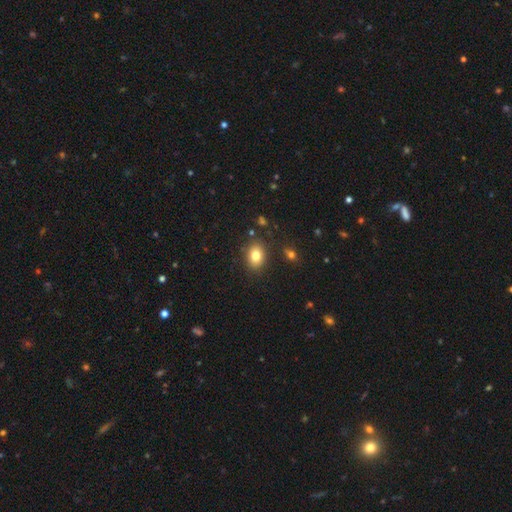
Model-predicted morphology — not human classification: smooth 81%, star or artifact 10%, featured or disk 9%. Down the decision tree: how rounded — in between (68%); merging — none (86%).